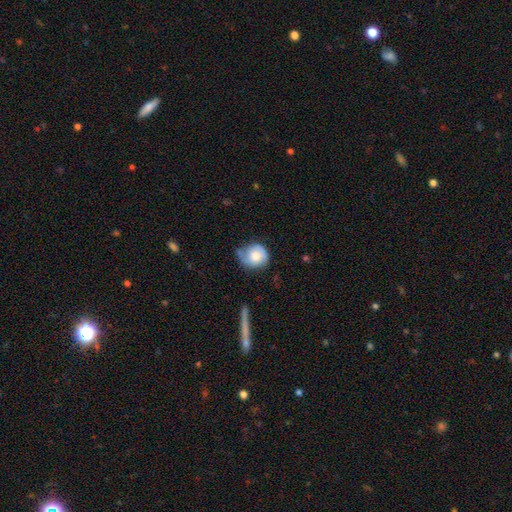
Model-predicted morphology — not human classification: A smooth galaxy with no disk features (56%) that is round (79%).

Vote fractions:
- Smooth or featured? smooth: 56% / featured or disk: 37% / star or artifact: 7%
- How rounded? round: 79% / in between: 20% / cigar-shaped: 1%
- Merging? none: 53% / minor disturbance: 33% / major disturbance: 10% / merger: 4%